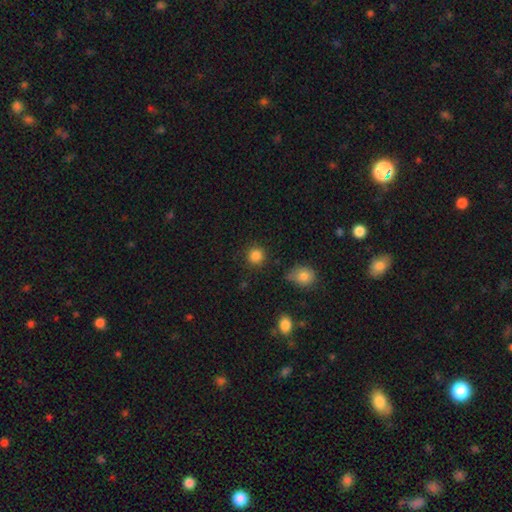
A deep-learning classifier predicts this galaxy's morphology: Q: Smooth or featured?
A: smooth (86%); runner-up: star or artifact (11%)
Q: How rounded?
A: round (91%); runner-up: in between (8%)
Q: Merging?
A: none (84%); runner-up: minor disturbance (9%)